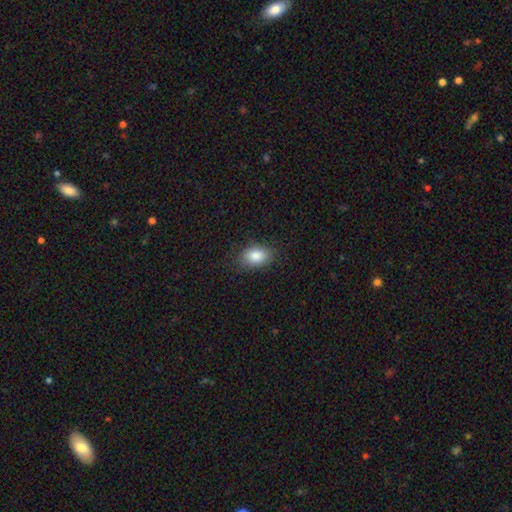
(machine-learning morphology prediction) A smooth galaxy with no disk features (86%) that is in between round and cigar-shaped (85%).

Vote fractions:
- Smooth or featured? smooth: 86% / star or artifact: 8% / featured or disk: 6%
- How rounded? in between: 85% / round: 13% / cigar-shaped: 2%
- Merging? none: 82% / minor disturbance: 13% / major disturbance: 4% / merger: 1%